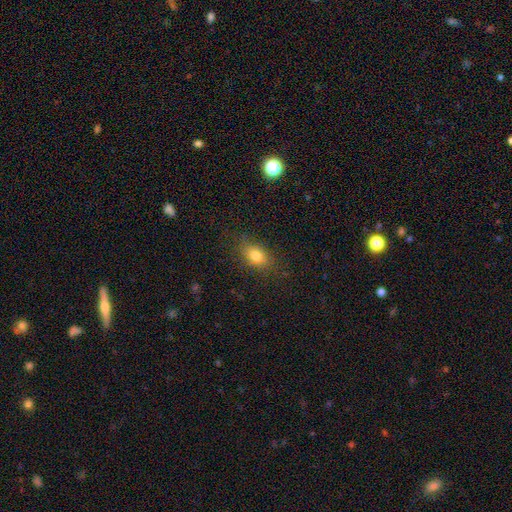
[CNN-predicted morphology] Q: Smooth or featured?
A: smooth (79%); runner-up: star or artifact (12%)
Q: How rounded?
A: in between (75%); runner-up: round (21%)
Q: Merging?
A: none (81%); runner-up: minor disturbance (14%)